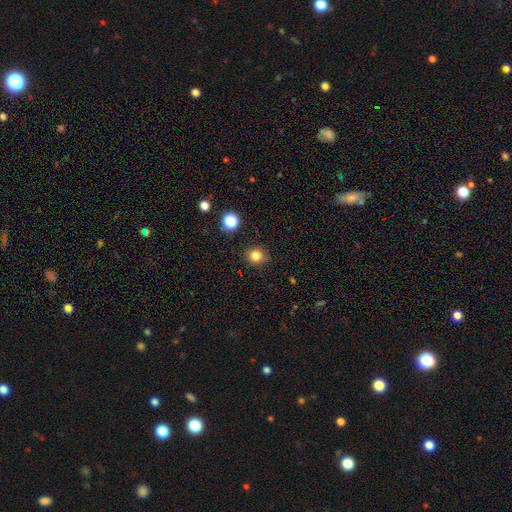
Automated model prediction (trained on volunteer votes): Smooth or featured?
  - smooth: 80% *
  - star or artifact: 14%
  - featured or disk: 6%
How rounded?
  - round: 85% *
  - in between: 14%
  - cigar-shaped: 1%
Merging?
  - none: 86% *
  - minor disturbance: 10%
  - major disturbance: 3%
  - merger: 2%